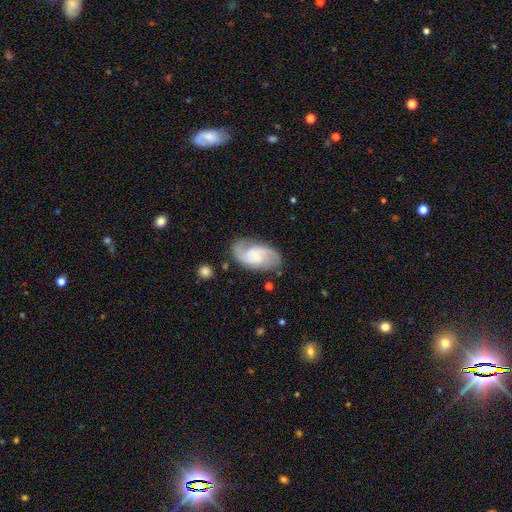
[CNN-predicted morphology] Overall: featured or disk (79%). Edge-on disk: no (97%). Bar: no (50%; weak 41%). Spiral arms: yes (95%). Spiral arm count: 2 (84%). Spiral winding: medium (51%; tight 29%). Bulge size: small (65%; moderate 27%). Merging: none (75%).